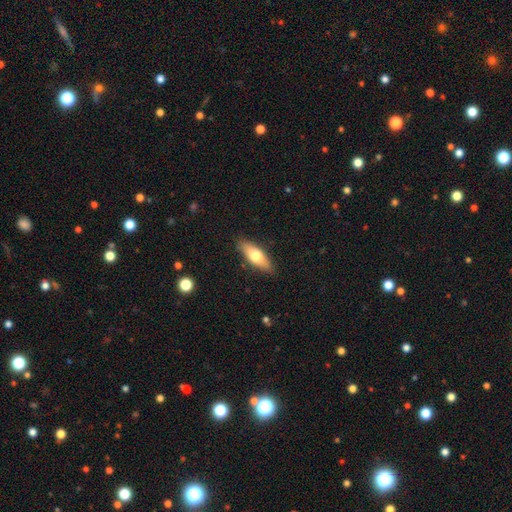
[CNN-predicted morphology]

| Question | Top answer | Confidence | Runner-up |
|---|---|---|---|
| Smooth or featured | smooth | 65% | featured or disk (30%) |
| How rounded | in between | 62% | cigar-shaped (35%) |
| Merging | none | 88% | minor disturbance (9%) |